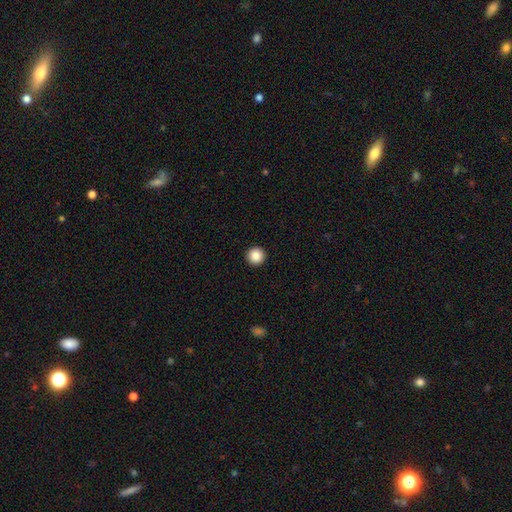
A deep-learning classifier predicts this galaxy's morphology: The model was most divided on "smooth or featured": smooth: 87%, star or artifact: 9%, featured or disk: 3%. More confident: how rounded — round (96%); merging — none (94%).